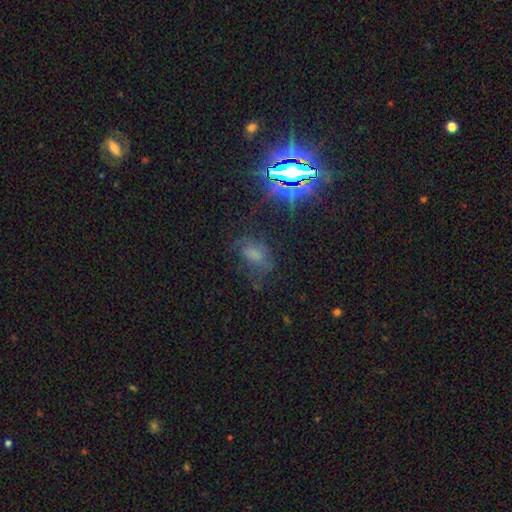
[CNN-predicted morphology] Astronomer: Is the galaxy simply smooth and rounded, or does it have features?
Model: star or artifact — 41% (runner-up: smooth, 37%).